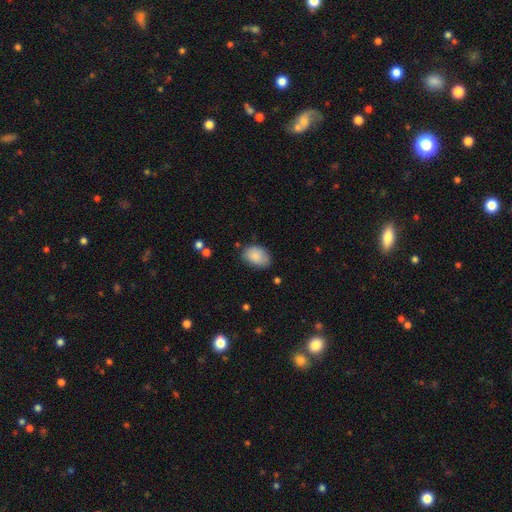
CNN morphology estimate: smooth 87%, star or artifact 7%, featured or disk 6%. Down the decision tree: how rounded — in between (84%); merging — none (71%).